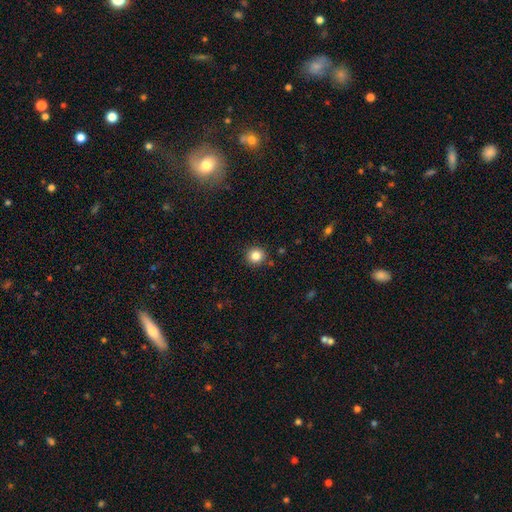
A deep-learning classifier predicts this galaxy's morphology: Smooth or featured?
  - smooth: 84% *
  - star or artifact: 11%
  - featured or disk: 5%
How rounded?
  - round: 93% *
  - in between: 6%
  - cigar-shaped: 1%
Merging?
  - none: 90% *
  - minor disturbance: 6%
  - merger: 2%
  - major disturbance: 2%